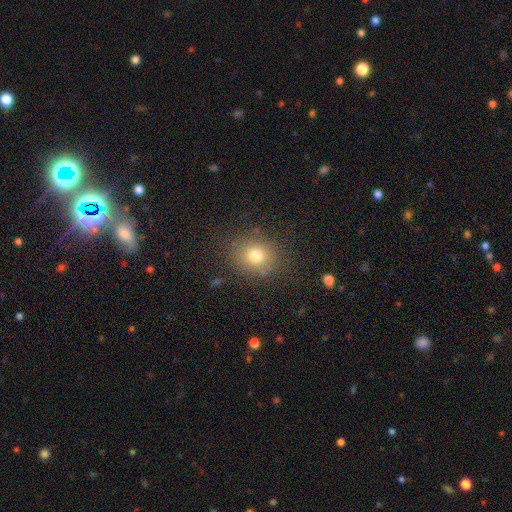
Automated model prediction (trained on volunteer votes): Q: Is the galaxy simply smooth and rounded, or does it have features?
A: smooth — 76%.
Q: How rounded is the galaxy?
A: round — 75%.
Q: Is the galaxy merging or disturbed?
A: none — 82%.